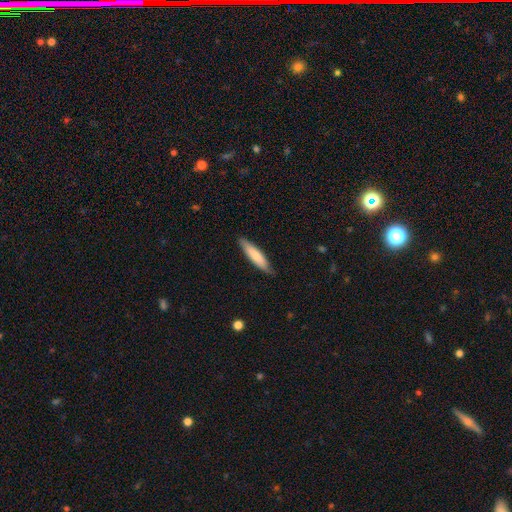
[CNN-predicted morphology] Smooth or featured: smooth — 76% (featured or disk — 19%)
How rounded: cigar-shaped — 79% (in between — 20%)
Merging: none — 82% (minor disturbance — 15%)